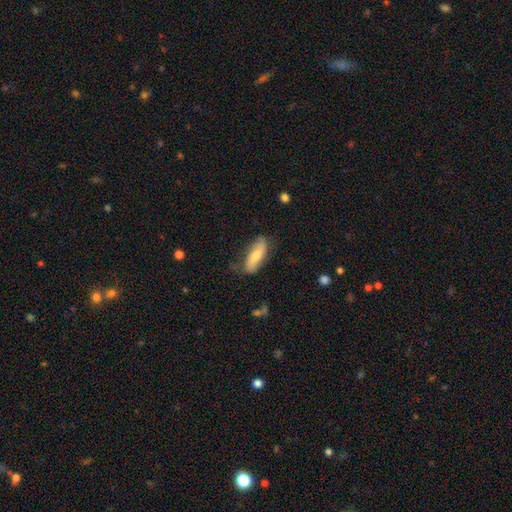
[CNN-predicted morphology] Smooth or featured?
  - smooth: 62% *
  - featured or disk: 32%
  - star or artifact: 6%
How rounded?
  - in between: 61% *
  - cigar-shaped: 37%
  - round: 2%
Merging?
  - none: 66% *
  - minor disturbance: 25%
  - major disturbance: 7%
  - merger: 2%